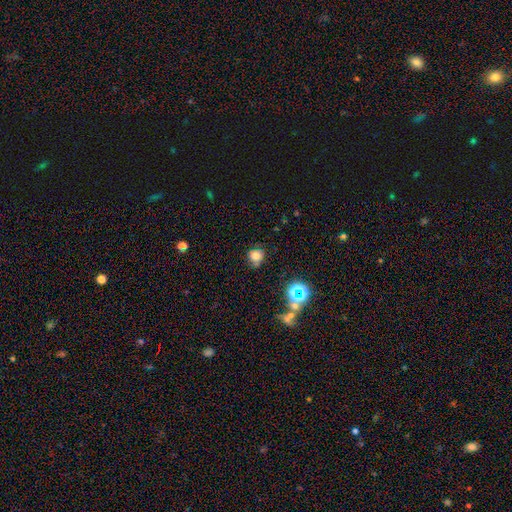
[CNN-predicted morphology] The model was most divided on "merging": none: 69%, minor disturbance: 20%, major disturbance: 6%, merger: 6%. More confident: how rounded — round (80%); smooth or featured — smooth (73%).